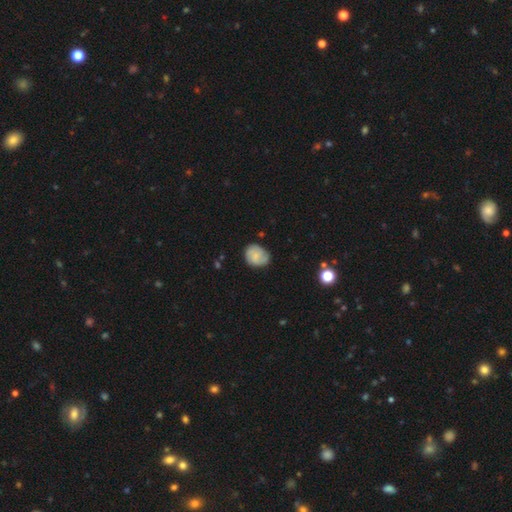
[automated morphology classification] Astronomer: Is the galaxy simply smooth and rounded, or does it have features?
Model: smooth — 61%.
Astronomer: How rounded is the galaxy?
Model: round — 56% (runner-up: in between, 43%).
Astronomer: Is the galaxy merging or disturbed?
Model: none — 69%.